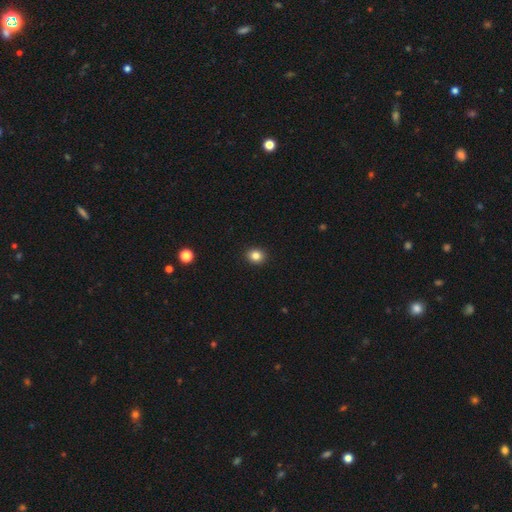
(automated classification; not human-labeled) smooth-or-featured: smooth: 85% | star or artifact: 11% | featured or disk: 5%
  how-rounded: round: 71% | in between: 28% | cigar-shaped: 1%
  merging: none: 92% | minor disturbance: 6% | major disturbance: 2% | merger: 1%